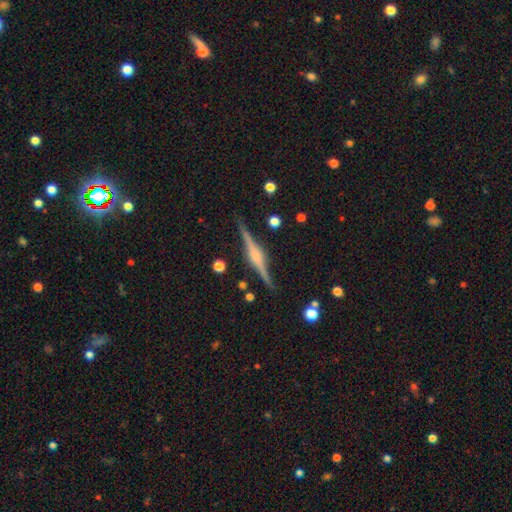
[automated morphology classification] type=featured or disk (86%); edge-on=yes (98%); edge-on bulge=rounded (79%); merging=none (90%).